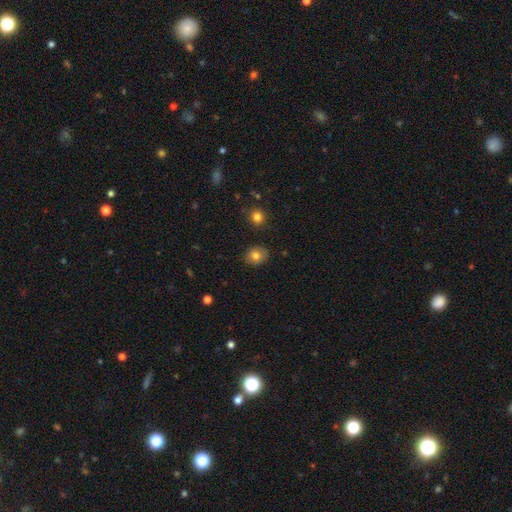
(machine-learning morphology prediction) smooth-or-featured: smooth: 79% | featured or disk: 11% | star or artifact: 10%
  how-rounded: round: 64% | in between: 35% | cigar-shaped: 1%
  merging: none: 87% | minor disturbance: 10% | major disturbance: 2% | merger: 2%